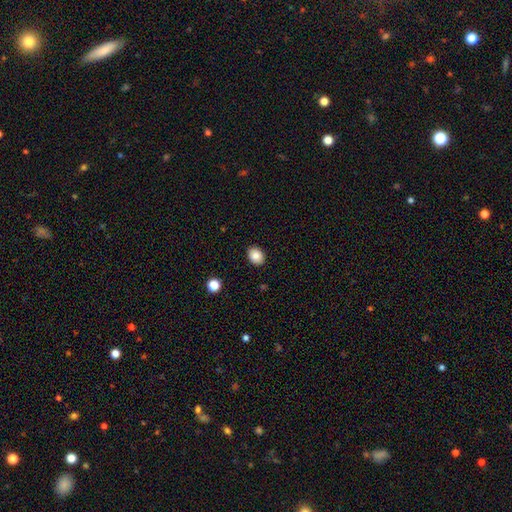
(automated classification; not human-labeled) Overall: smooth (86%). How rounded: in between (58%; round 41%). Merging: none (90%).